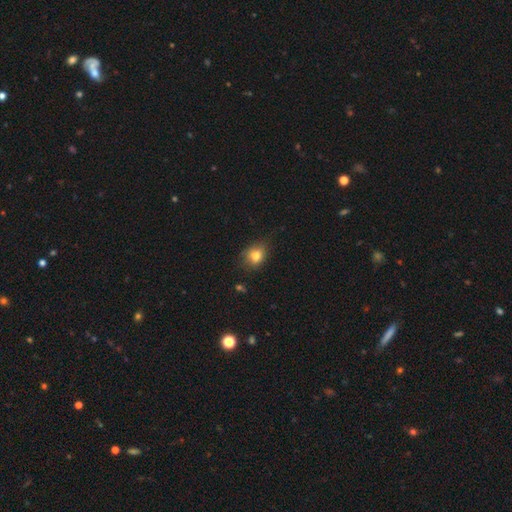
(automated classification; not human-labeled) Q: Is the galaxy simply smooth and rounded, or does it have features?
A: smooth — 78%.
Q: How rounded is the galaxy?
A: in between — 50%.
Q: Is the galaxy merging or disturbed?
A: none — 65%.